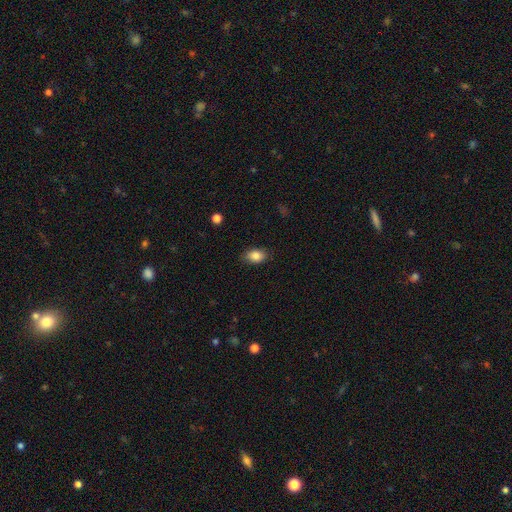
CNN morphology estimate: type=smooth (84%); roundness=in between (85%); merging=none (85%).